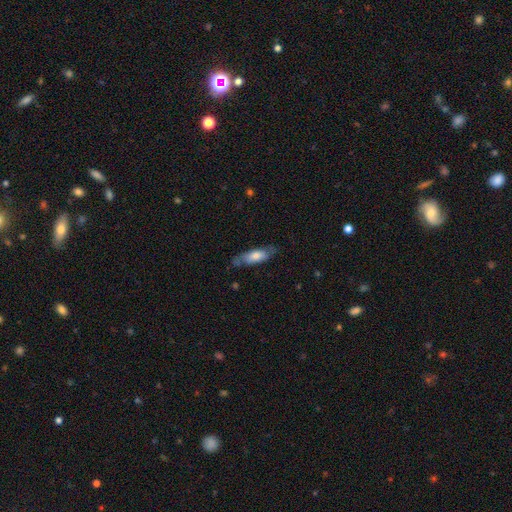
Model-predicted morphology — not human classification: This is likely a smooth galaxy (62%). How rounded: possibly in between (54%). Merging: likely none (66%).